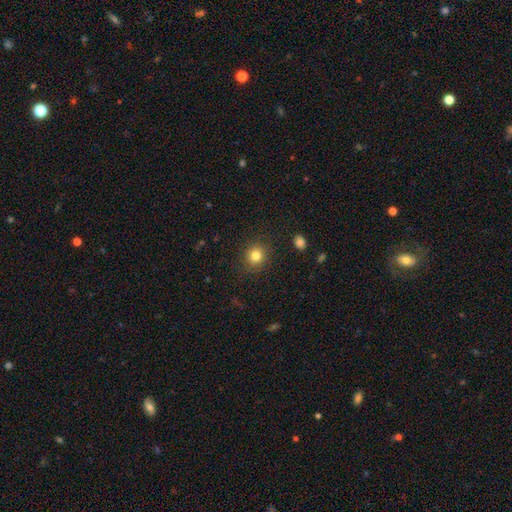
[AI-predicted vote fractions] smooth 82%, star or artifact 12%, featured or disk 7%. Down the decision tree: how rounded — round (84%); merging — none (88%).